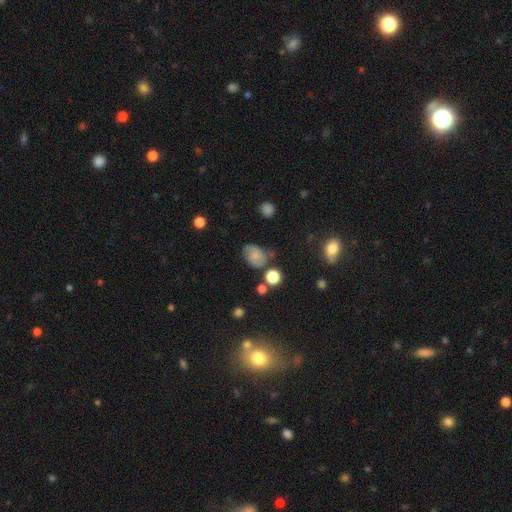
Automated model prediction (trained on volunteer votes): This is possibly a smooth galaxy (58%). How rounded: likely in between (63%). Merging: possibly none (54%).